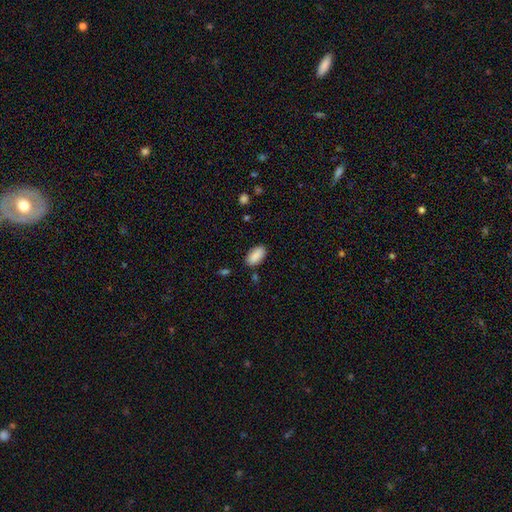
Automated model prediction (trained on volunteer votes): Morphology: type=smooth (90%); roundness=in between (93%); merging=none (86%).